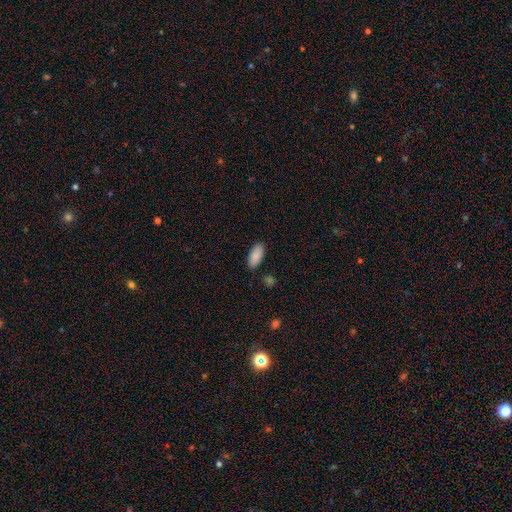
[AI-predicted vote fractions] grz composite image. It shows a smooth galaxy with no disk features (89%) that is in between round and cigar-shaped (89%). Merging: none (87%).